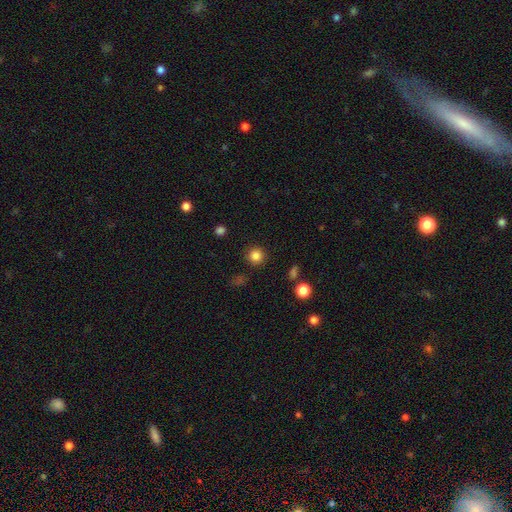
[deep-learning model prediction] Overall: smooth (84%). How rounded: round (94%). Merging: none (89%).